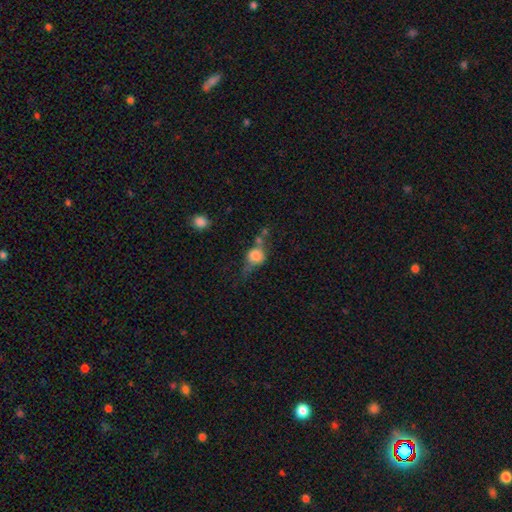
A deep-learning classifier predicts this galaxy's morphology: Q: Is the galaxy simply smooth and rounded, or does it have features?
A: smooth — 60%.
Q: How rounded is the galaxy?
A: round — 64%.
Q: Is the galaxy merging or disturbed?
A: none — 41%.